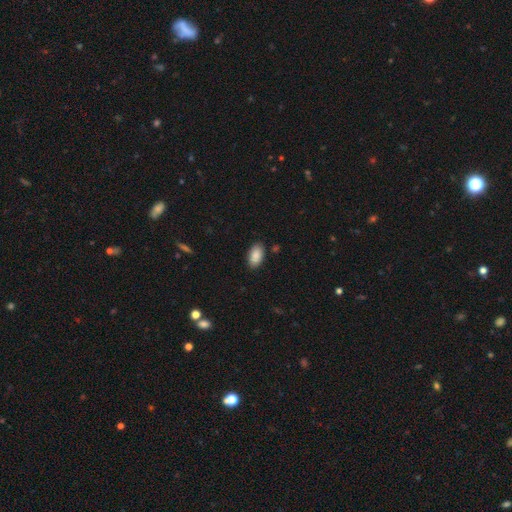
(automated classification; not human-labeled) A smooth galaxy with no disk features (89%) that is in between round and cigar-shaped (95%). Merging: none (87%).